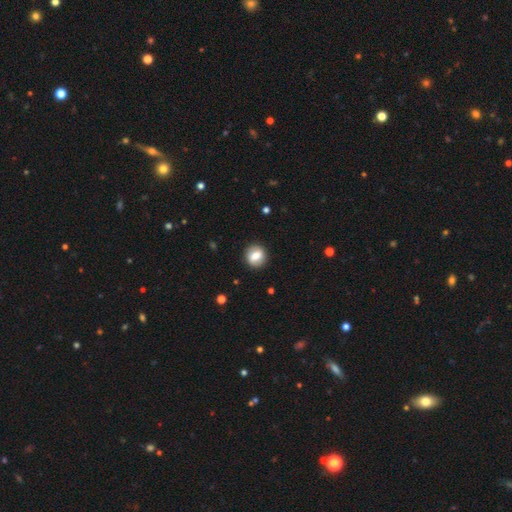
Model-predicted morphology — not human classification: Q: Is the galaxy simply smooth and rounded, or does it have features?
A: smooth — 68%.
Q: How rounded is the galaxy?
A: round — 83%.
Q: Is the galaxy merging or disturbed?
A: none — 89%.